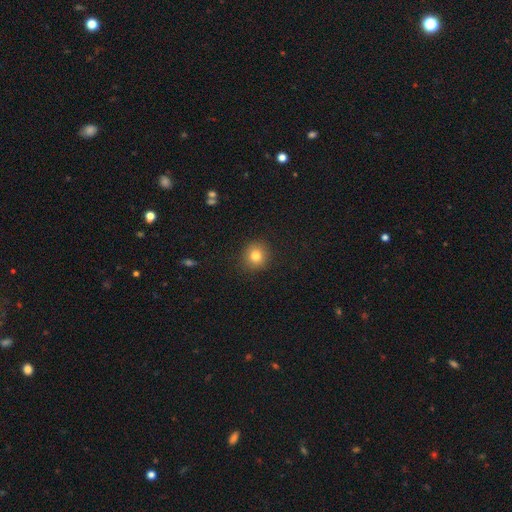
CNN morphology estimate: Smooth or featured?
  - smooth: 80% *
  - star or artifact: 12%
  - featured or disk: 8%
How rounded?
  - round: 89% *
  - in between: 10%
  - cigar-shaped: 1%
Merging?
  - none: 90% *
  - minor disturbance: 6%
  - major disturbance: 2%
  - merger: 1%